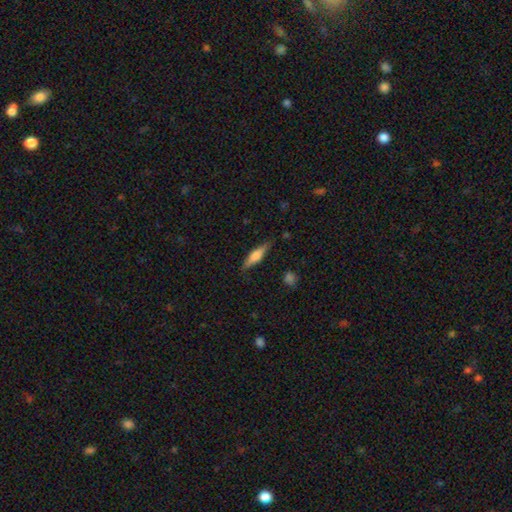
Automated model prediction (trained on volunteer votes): This is possibly a smooth galaxy (49%). Merging: clearly none (84%).